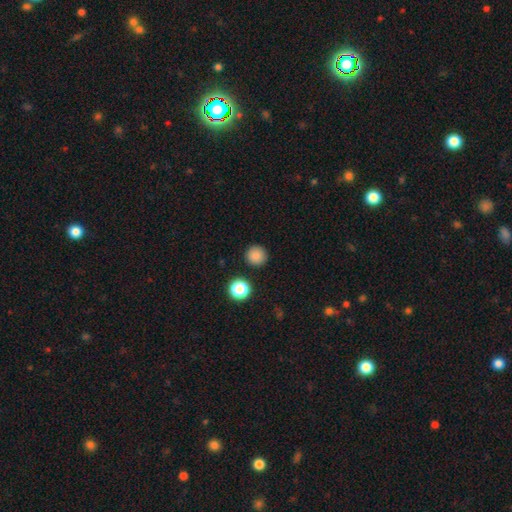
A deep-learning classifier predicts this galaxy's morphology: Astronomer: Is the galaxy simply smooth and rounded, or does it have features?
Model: smooth — 85%.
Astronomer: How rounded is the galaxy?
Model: round — 94%.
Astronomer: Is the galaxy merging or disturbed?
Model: none — 90%.